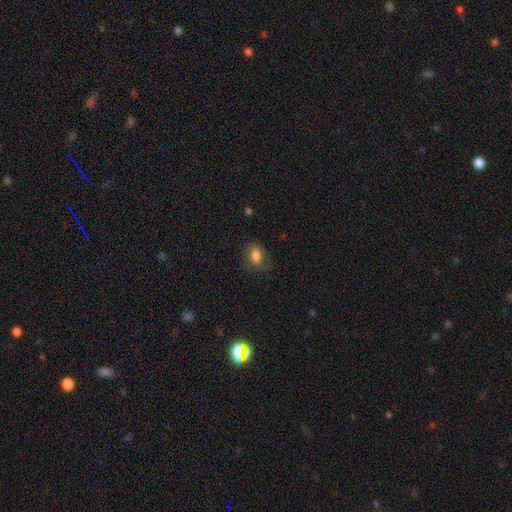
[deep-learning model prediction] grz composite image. It shows a smooth galaxy with no disk features (77%) that is in between round and cigar-shaped (75%). Merging: none (65%).